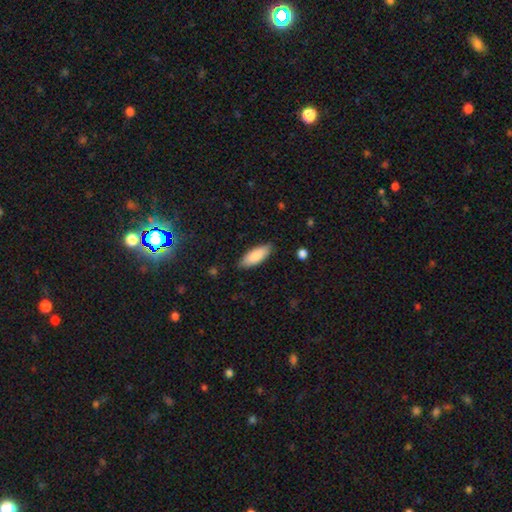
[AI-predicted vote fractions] Smooth or featured: smooth — 83% (featured or disk — 11%)
How rounded: in between — 73% (cigar-shaped — 25%)
Merging: none — 84% (minor disturbance — 12%)